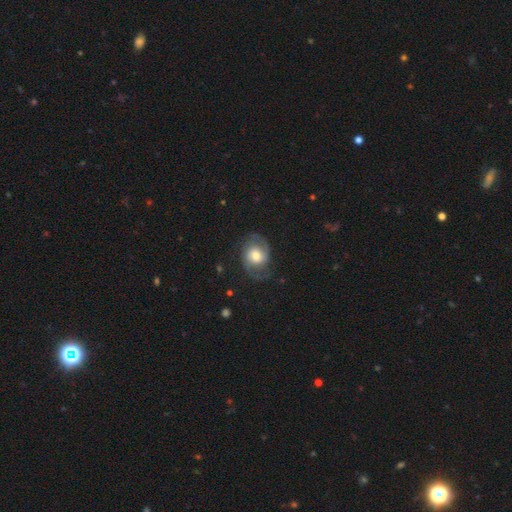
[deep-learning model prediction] This is likely a featured or disk galaxy (73%). It is clearly not viewed edge-on (98%). Bar: possibly no (59%). Spiral arm pattern: clearly yes (92%). Spiral arm count: clearly 2 (90%). Spiral winding: possibly medium (51%). Central bulge: possibly moderate (55%). Merging: likely none (71%).